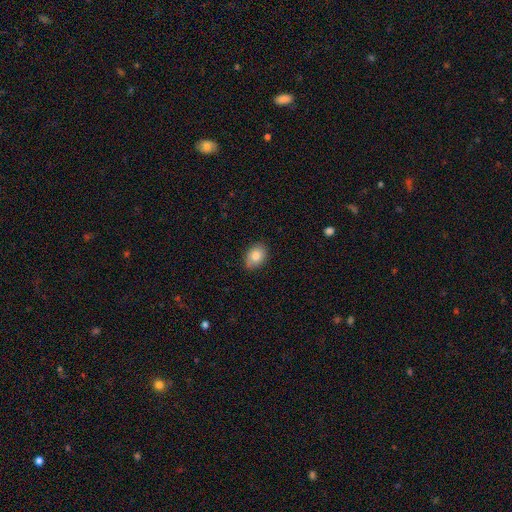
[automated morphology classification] smooth 85%, featured or disk 8%, star or artifact 8%. Down the decision tree: how rounded — in between (74%); merging — none (81%).